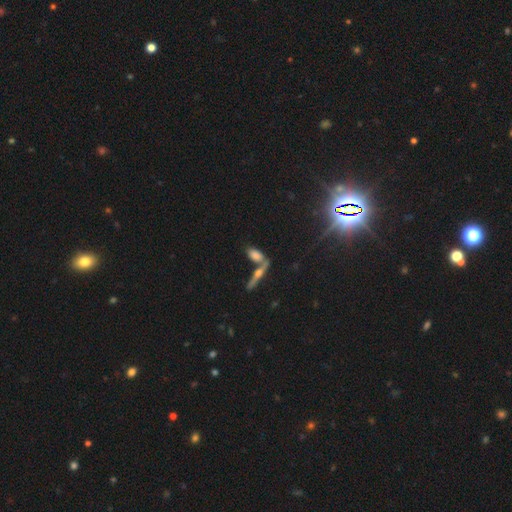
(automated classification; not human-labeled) The model was most divided on "merging": none: 48%, merger: 36%, minor disturbance: 11%, major disturbance: 5%. More confident: how rounded — in between (69%); smooth or featured — smooth (56%).